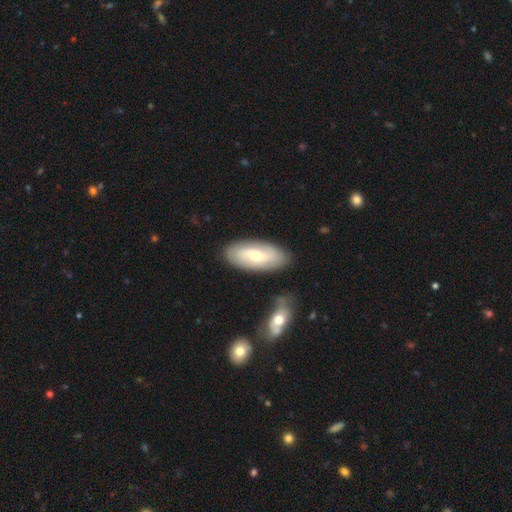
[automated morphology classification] Overall: featured or disk (56%; smooth 38%). Edge-on disk: no (86%). Merging: none (84%).